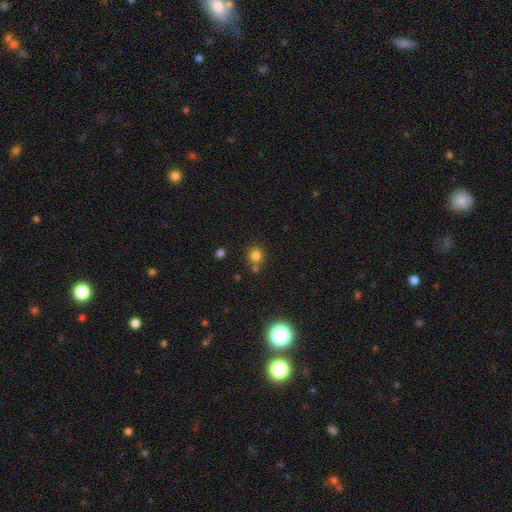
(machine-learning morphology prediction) Smooth or featured?
  - smooth: 80% *
  - star or artifact: 14%
  - featured or disk: 6%
How rounded?
  - round: 85% *
  - in between: 14%
  - cigar-shaped: 1%
Merging?
  - none: 68% *
  - merger: 17%
  - minor disturbance: 11%
  - major disturbance: 3%